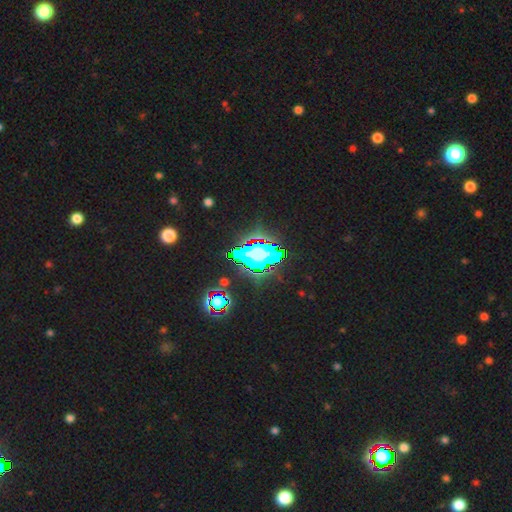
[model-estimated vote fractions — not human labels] Morphology: type=star or artifact (68%).